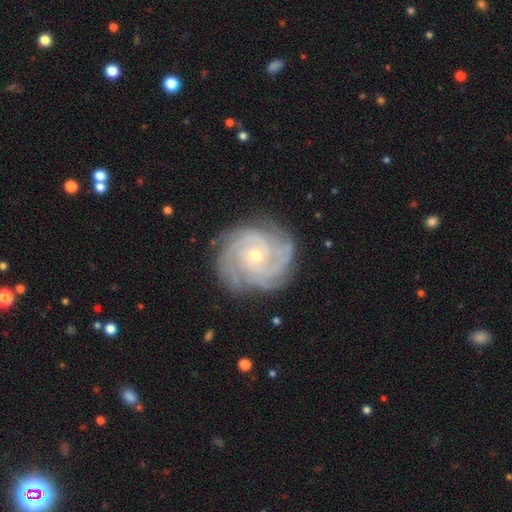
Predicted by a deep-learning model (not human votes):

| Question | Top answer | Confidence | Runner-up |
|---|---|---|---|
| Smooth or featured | featured or disk | 89% | smooth (6%) |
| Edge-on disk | no | 98% | yes (2%) |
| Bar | no | 75% | weak (20%) |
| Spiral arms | yes | 98% | no (2%) |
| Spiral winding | tight | 78% | medium (19%) |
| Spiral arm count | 4 | 28% | 3 (23%) |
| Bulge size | small | 62% | moderate (36%) |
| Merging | none | 81% | minor disturbance (14%) |